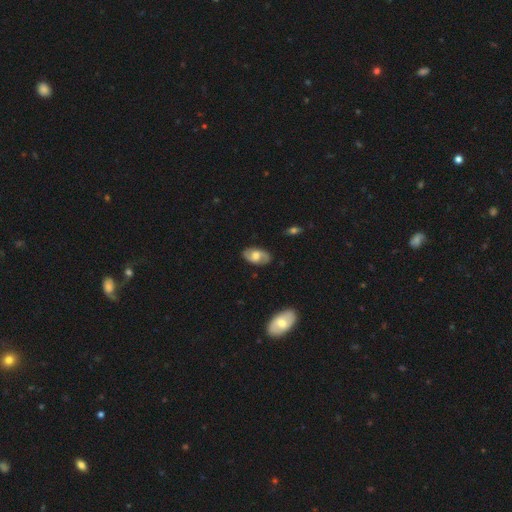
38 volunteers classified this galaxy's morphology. A featured or disk galaxy (61%) with a weak bar (52%), 2 (88%) medium (44%) spiral arms (76%) and a moderate central bulge (57%).

Vote fractions:
- Smooth or featured? featured or disk: 61% / smooth: 39% / star or artifact: 0%
- Edge-on disk? no: 91% / yes: 9%
- Bar? weak: 52% / no: 48% / strong: 0%
- Spiral arms? yes: 76% / no: 24%
- Spiral winding? medium: 44% / loose: 31% / tight: 25%
- Spiral arm count? 2: 88% / 1: 12% / 3: 0% / 4: 0% / more than 4: 0% / can't tell: 0%
- Bulge size? moderate: 57% / large: 29% / small: 14% / dominant: 0% / none: 0%
- Merging? none: 71% / minor disturbance: 29% / major disturbance: 0% / merger: 0%